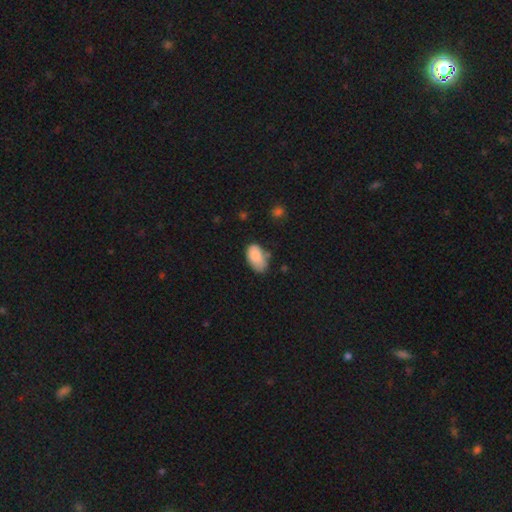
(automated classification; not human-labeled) Smooth or featured? smooth (83%)
How rounded? in between (93%)
Merging? none (51%)